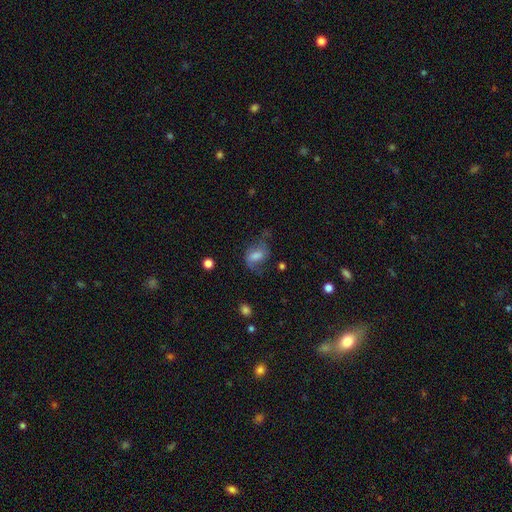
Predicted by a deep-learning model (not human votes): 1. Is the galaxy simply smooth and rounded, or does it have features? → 54% smooth, 36% featured or disk, 10% star or artifact.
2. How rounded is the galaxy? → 80% in between, 17% round, 3% cigar-shaped.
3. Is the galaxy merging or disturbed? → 40% none, 30% major disturbance, 26% minor disturbance, 3% merger.